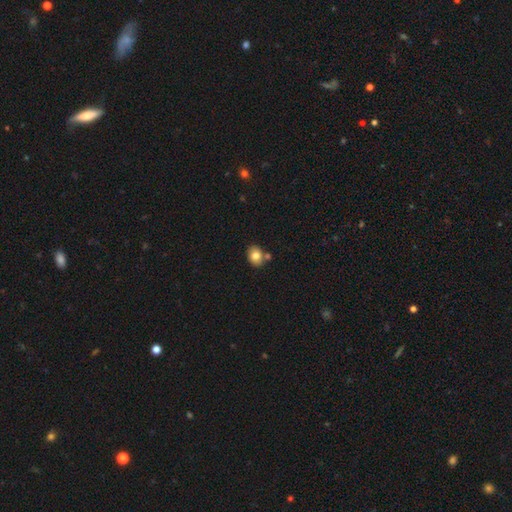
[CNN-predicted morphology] A smooth galaxy with no disk features (81%) that is in between round and cigar-shaped (55%).

Vote fractions:
- Smooth or featured? smooth: 81% / featured or disk: 10% / star or artifact: 9%
- How rounded? in between: 55% / round: 44% / cigar-shaped: 1%
- Merging? none: 70% / merger: 16% / minor disturbance: 12% / major disturbance: 3%